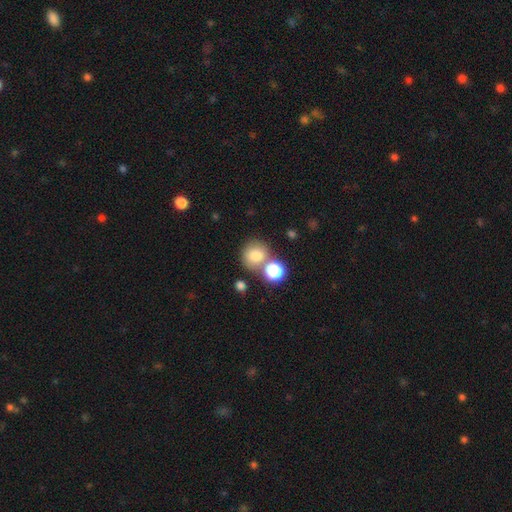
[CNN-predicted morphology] A smooth galaxy with no disk features (77%) that is round (85%).

Vote fractions:
- Smooth or featured? smooth: 77% / star or artifact: 13% / featured or disk: 9%
- How rounded? round: 85% / in between: 14% / cigar-shaped: 1%
- Merging? none: 60% / merger: 24% / minor disturbance: 11% / major disturbance: 4%